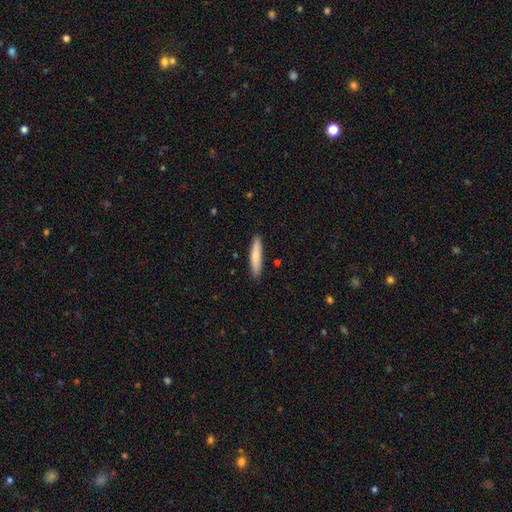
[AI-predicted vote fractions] Smooth or featured? Predicted: smooth (p=0.76). How rounded? Predicted: cigar-shaped (p=0.87). Merging? Predicted: none (p=0.88).